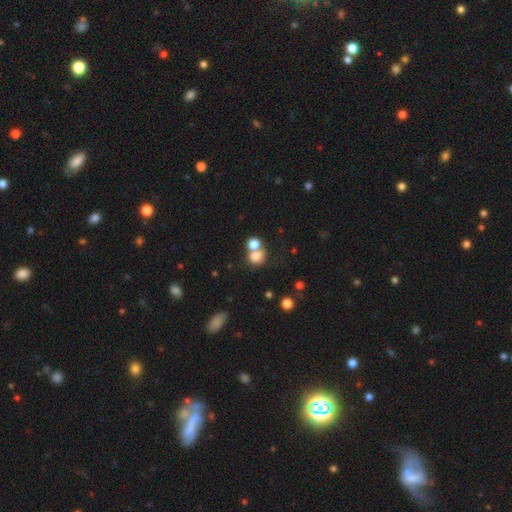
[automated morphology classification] The model was most divided on "merging": merger: 45%, none: 40%, minor disturbance: 9%, major disturbance: 5%. More confident: smooth or featured — smooth (76%); how rounded — round (72%).